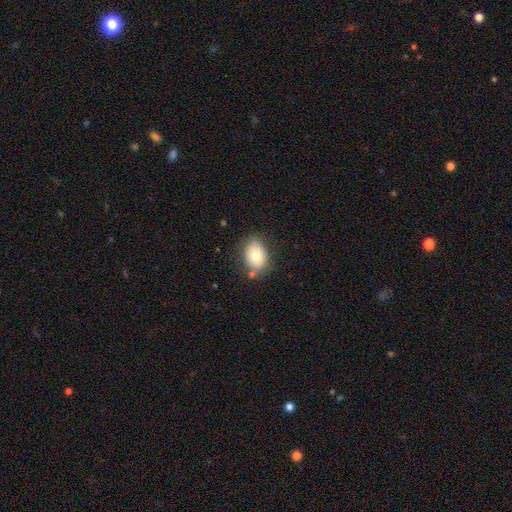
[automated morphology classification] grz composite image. It shows a smooth galaxy with no disk features (76%) that is in between round and cigar-shaped (75%). Merging: none (74%).